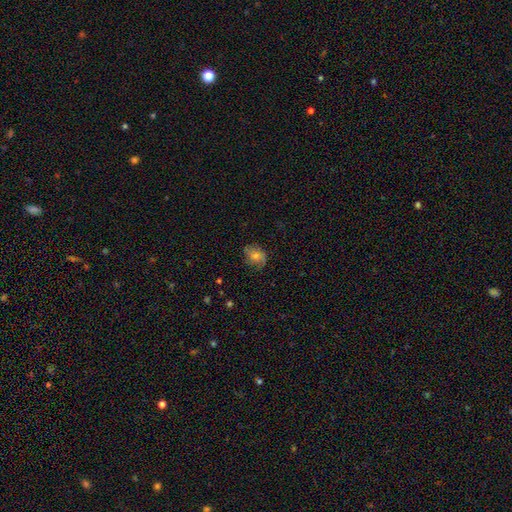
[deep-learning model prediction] A smooth galaxy with no disk features (55%) that is in between round and cigar-shaped (53%).

Vote fractions:
- Smooth or featured? smooth: 55% / featured or disk: 33% / star or artifact: 12%
- How rounded? in between: 53% / round: 45% / cigar-shaped: 1%
- Merging? none: 71% / minor disturbance: 21% / major disturbance: 7% / merger: 1%